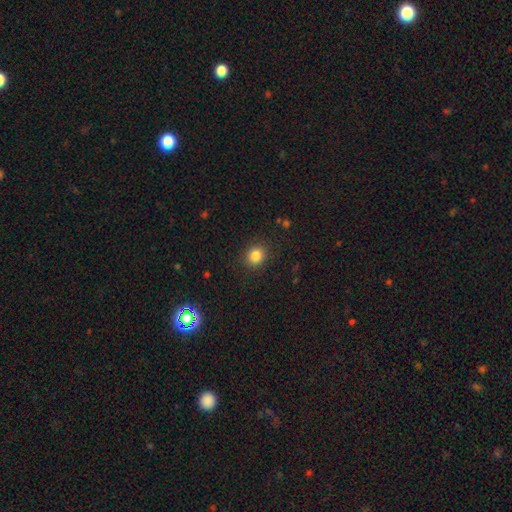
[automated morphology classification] This is clearly a smooth galaxy (84%). How rounded: likely round (75%). Merging: clearly none (88%).